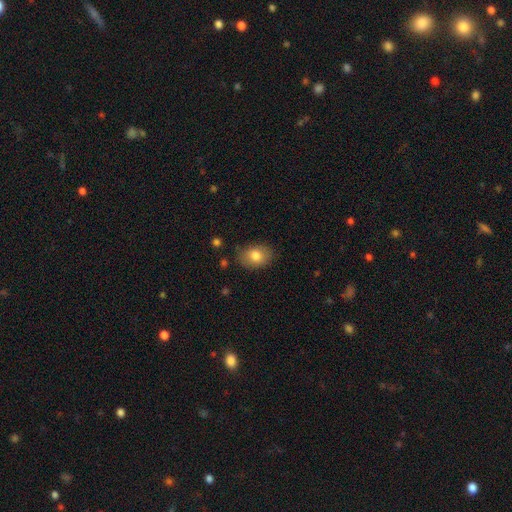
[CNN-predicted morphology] Q: Smooth or featured?
A: smooth (80%); runner-up: featured or disk (11%)
Q: How rounded?
A: in between (73%); runner-up: round (26%)
Q: Merging?
A: none (82%); runner-up: minor disturbance (13%)